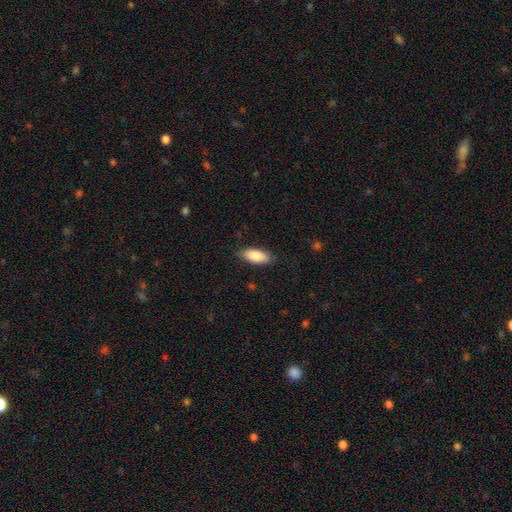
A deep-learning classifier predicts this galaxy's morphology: A smooth galaxy with no disk features (86%) that is in between round and cigar-shaped (82%). Merging: none (82%).